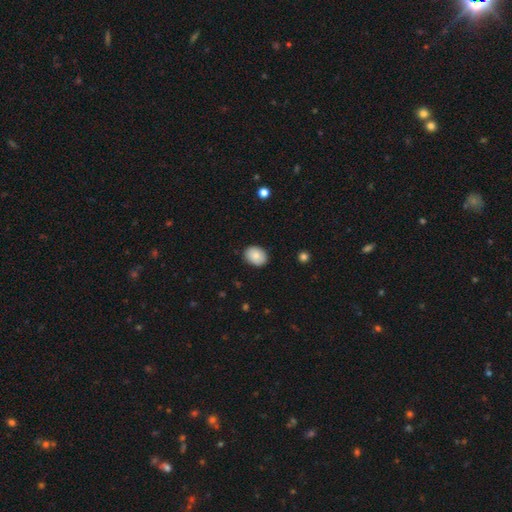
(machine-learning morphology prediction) Smooth or featured? Predicted: smooth (p=0.83). How rounded? Predicted: in between (p=0.63). Merging? Predicted: none (p=0.86).